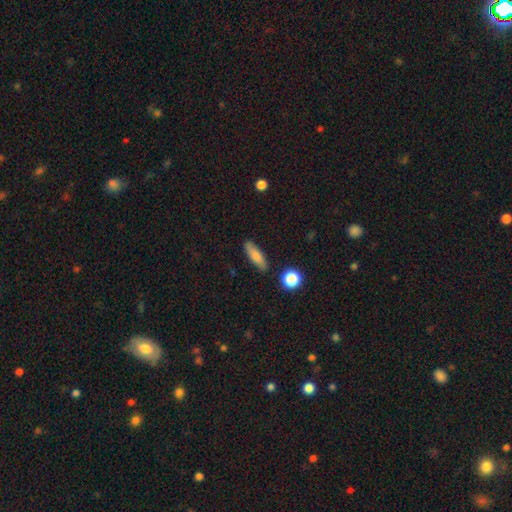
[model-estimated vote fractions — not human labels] A smooth galaxy with no disk features (80%) that is cigar-shaped (55%).

Vote fractions:
- Smooth or featured? smooth: 80% / featured or disk: 12% / star or artifact: 8%
- How rounded? cigar-shaped: 55% / in between: 41% / round: 4%
- Merging? none: 86% / minor disturbance: 10% / major disturbance: 2% / merger: 2%